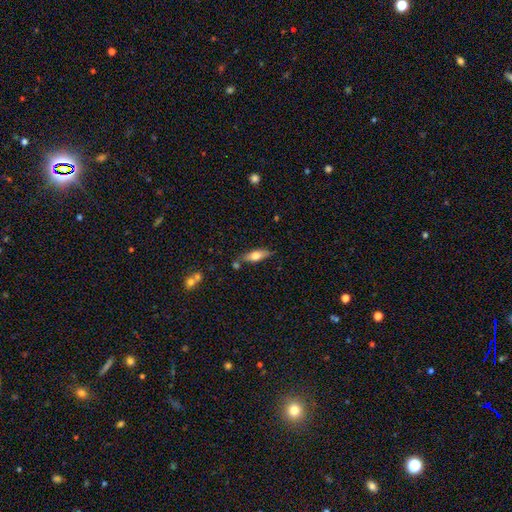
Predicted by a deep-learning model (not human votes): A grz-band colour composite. It shows a smooth galaxy with no disk features (62%) that is in between round and cigar-shaped (57%). Merging: none (75%).